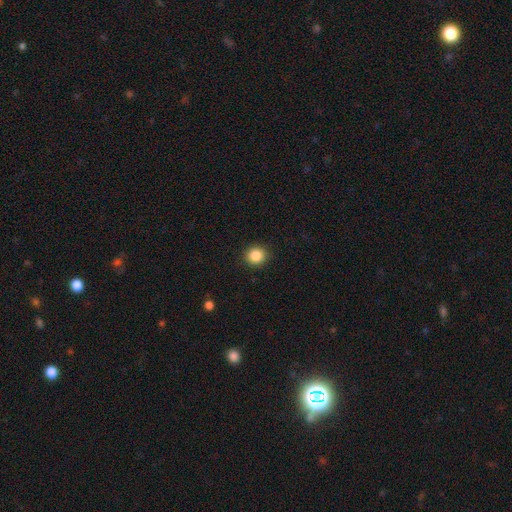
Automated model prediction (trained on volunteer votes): Smooth or featured? smooth (86%)
How rounded? round (88%)
Merging? none (91%)